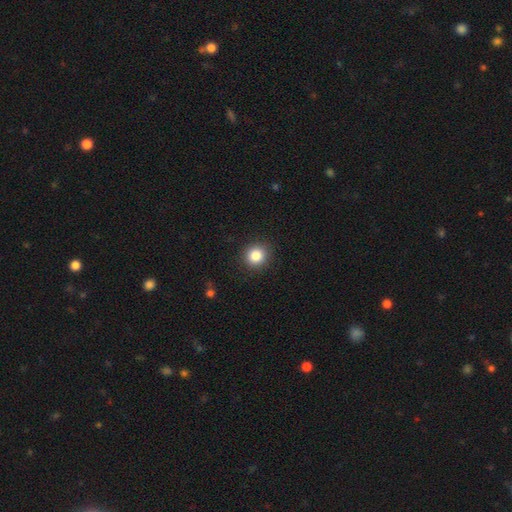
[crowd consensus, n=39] This appears to be a smooth galaxy with no disk features (85%) that is round (100%). Merging: none (100%).